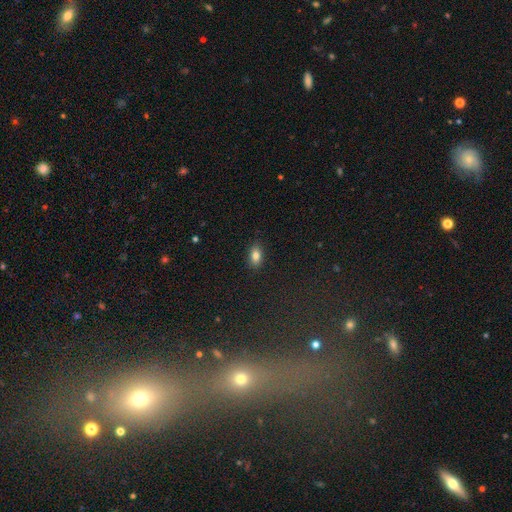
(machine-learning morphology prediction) smooth_or_featured: smooth (p=0.83) [alt: star or artifact p=0.09]
how_rounded: in between (p=0.88) [alt: round p=0.09]
merging: none (p=0.87) [alt: minor disturbance p=0.10]